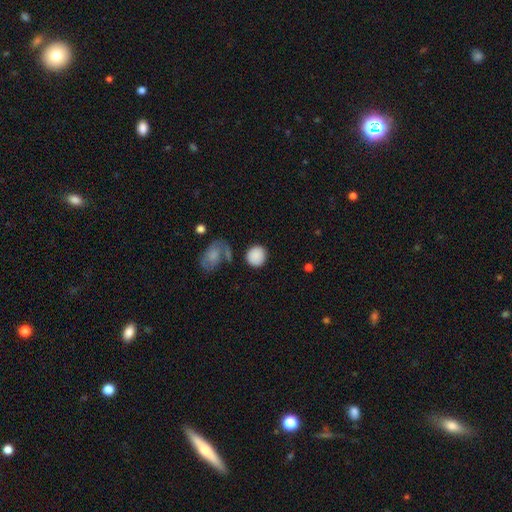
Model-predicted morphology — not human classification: Q: Smooth or featured?
A: smooth (87%); runner-up: star or artifact (8%)
Q: How rounded?
A: round (82%); runner-up: in between (17%)
Q: Merging?
A: none (76%); runner-up: minor disturbance (12%)